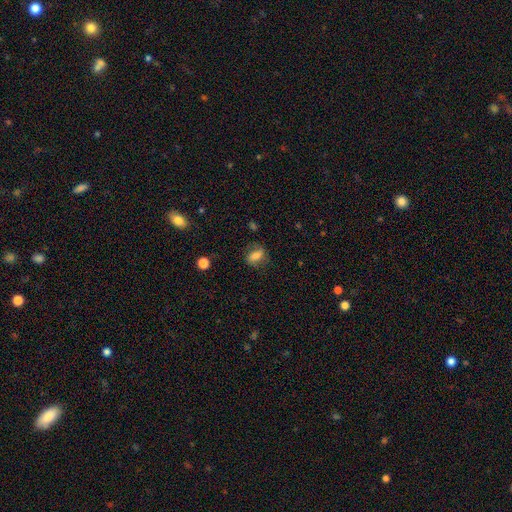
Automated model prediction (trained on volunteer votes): Q: Smooth or featured?
A: smooth (70%); runner-up: featured or disk (20%)
Q: How rounded?
A: in between (75%); runner-up: round (19%)
Q: Merging?
A: none (70%); runner-up: minor disturbance (19%)